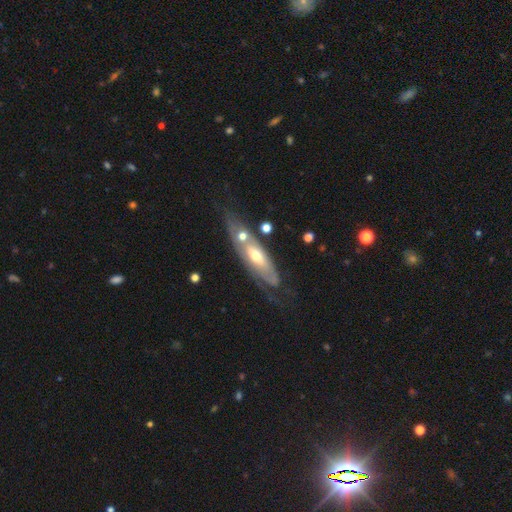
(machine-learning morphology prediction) Smooth or featured? featured or disk (70%)
Edge-on disk? no (67%)
Merging? none (60%)